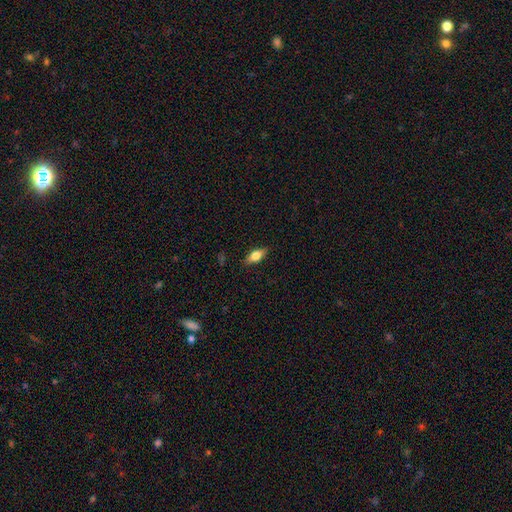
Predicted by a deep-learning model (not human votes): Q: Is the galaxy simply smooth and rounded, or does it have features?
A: smooth — 69%.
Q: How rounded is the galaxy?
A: in between — 80%.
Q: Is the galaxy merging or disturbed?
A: none — 86%.